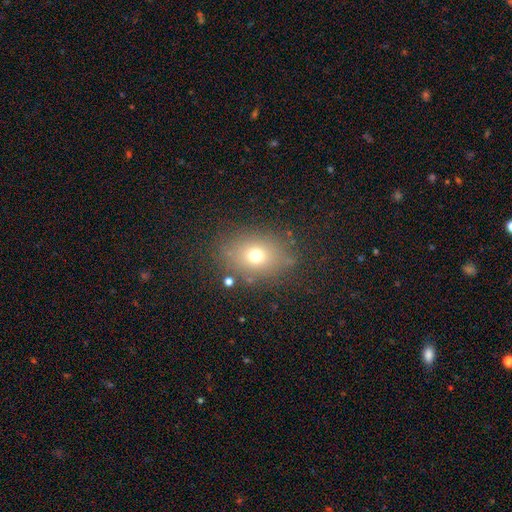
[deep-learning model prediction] Overall: smooth (68%). How rounded: in between (53%; round 45%). Merging: none (79%).